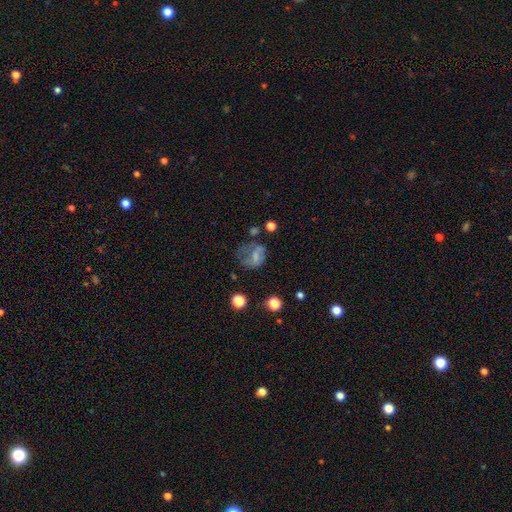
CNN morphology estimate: Smooth or featured? Predicted: smooth (p=0.54). How rounded? Predicted: round (p=0.49, tied with in between). Merging? Predicted: major disturbance (p=0.37).